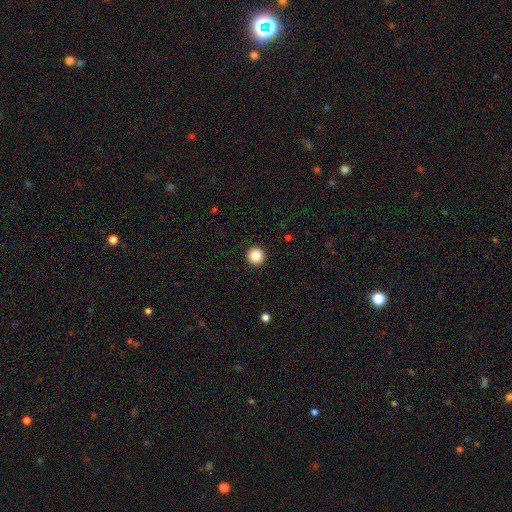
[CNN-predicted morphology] Overall: smooth (87%). How rounded: round (96%). Merging: none (93%).